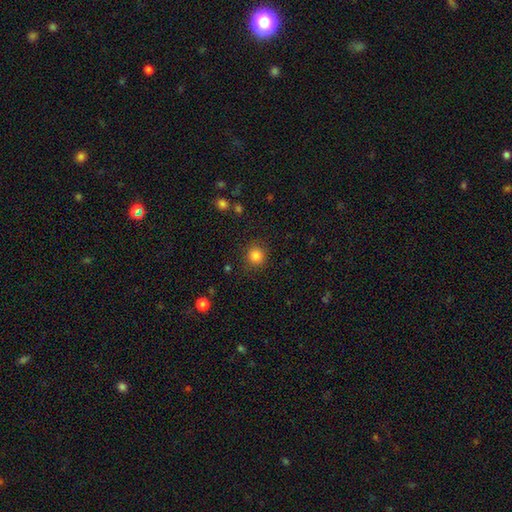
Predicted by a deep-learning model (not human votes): smooth_or_featured: smooth (p=0.84) [alt: star or artifact p=0.11]
how_rounded: round (p=0.91) [alt: in between p=0.08]
merging: none (p=0.88) [alt: minor disturbance p=0.08]